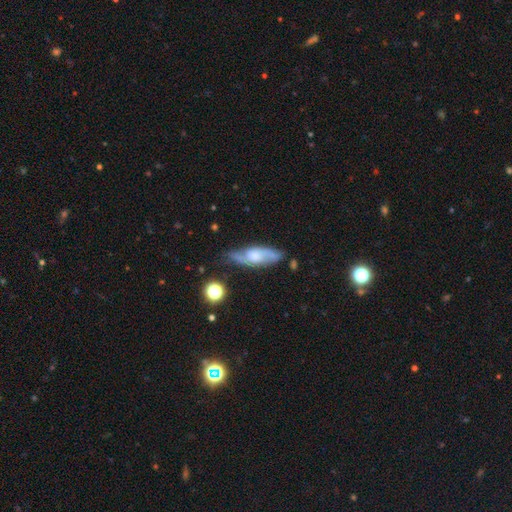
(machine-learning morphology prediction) A featured or disk galaxy (59%).

Vote fractions:
- Smooth or featured? featured or disk: 59% / smooth: 33% / star or artifact: 8%
- Edge-on disk? no: 69% / yes: 31%
- Merging? none: 66% / minor disturbance: 23% / major disturbance: 7% / merger: 4%